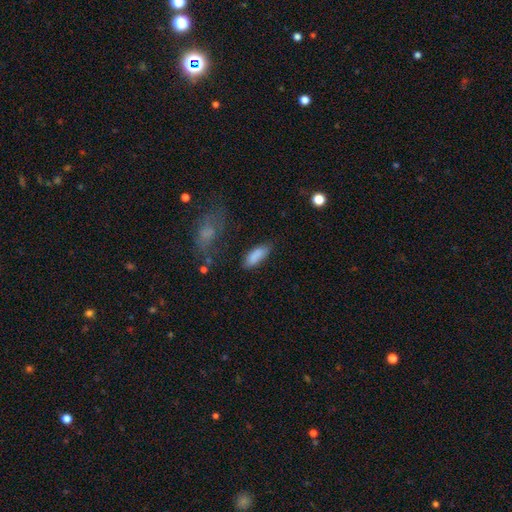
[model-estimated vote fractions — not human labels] A smooth galaxy with no disk features (86%) that is in between round and cigar-shaped (78%).

Vote fractions:
- Smooth or featured? smooth: 86% / star or artifact: 7% / featured or disk: 7%
- How rounded? in between: 78% / cigar-shaped: 20% / round: 2%
- Merging? none: 71% / minor disturbance: 20% / major disturbance: 5% / merger: 4%